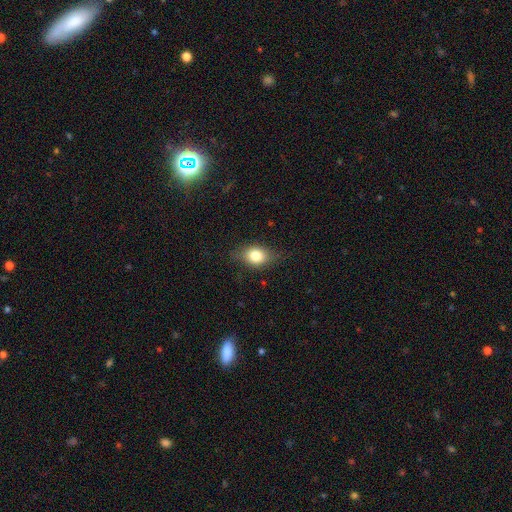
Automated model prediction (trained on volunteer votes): Smooth or featured? smooth (77%)
How rounded? in between (63%)
Merging? none (74%)